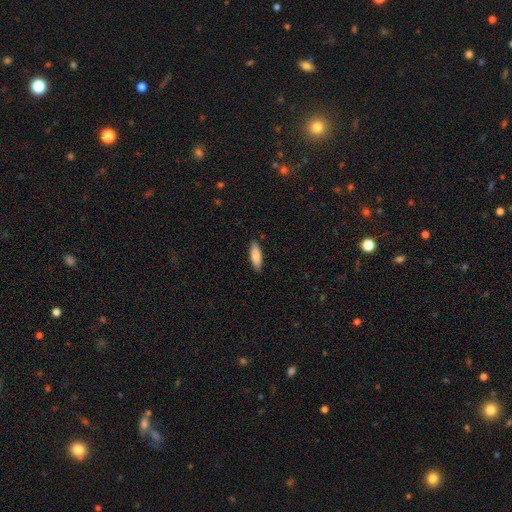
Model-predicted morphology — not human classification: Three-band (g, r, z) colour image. It shows a smooth galaxy with no disk features (84%) that is cigar-shaped (50%). Merging: none (88%).